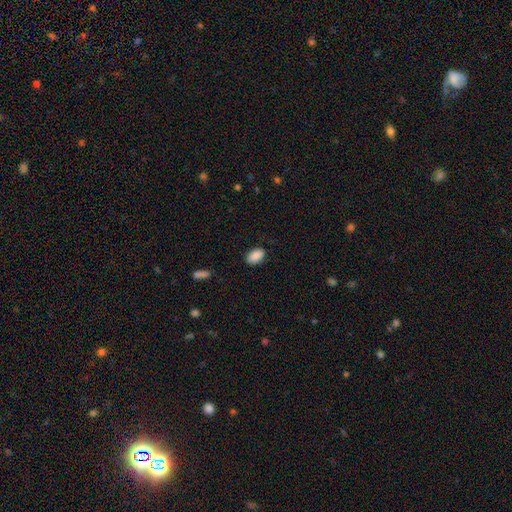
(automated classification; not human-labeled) This appears to be a smooth galaxy with no disk features (90%) that is in between round and cigar-shaped (91%). Merging: none (83%).